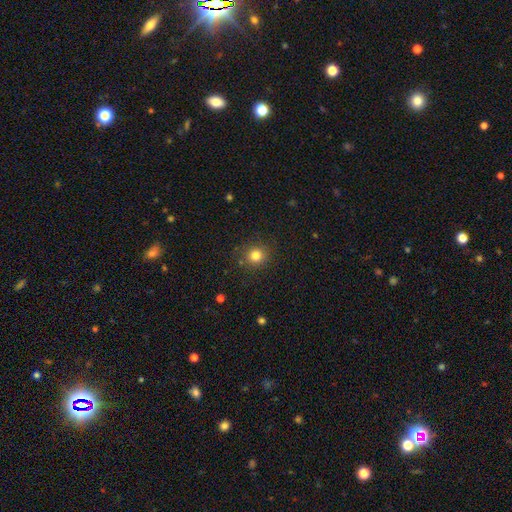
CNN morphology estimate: This is clearly a smooth galaxy (80%). How rounded: clearly round (89%). Merging: clearly none (88%).